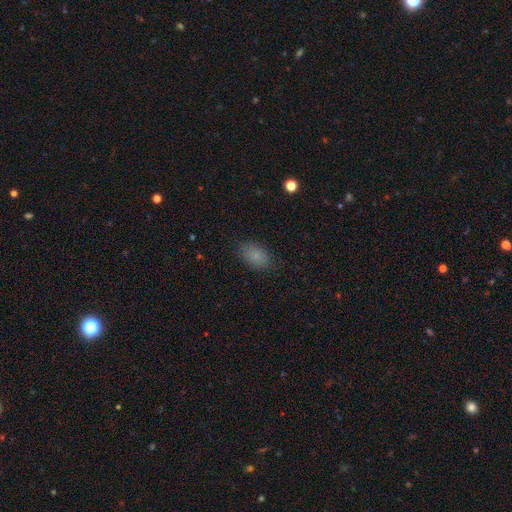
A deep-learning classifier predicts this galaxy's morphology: Smooth or featured?
  - smooth: 81% *
  - star or artifact: 11%
  - featured or disk: 8%
How rounded?
  - in between: 88% *
  - round: 10%
  - cigar-shaped: 2%
Merging?
  - none: 82% *
  - minor disturbance: 13%
  - major disturbance: 3%
  - merger: 1%